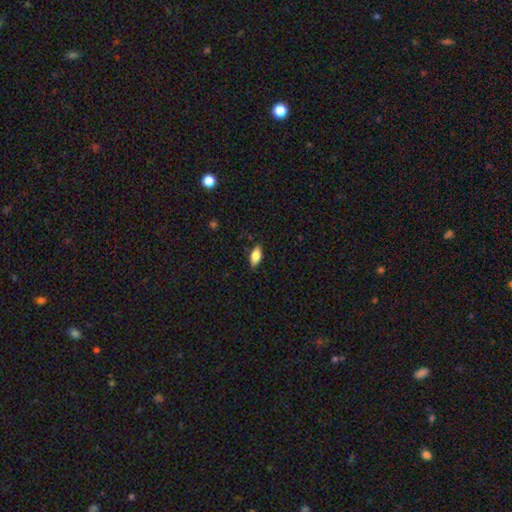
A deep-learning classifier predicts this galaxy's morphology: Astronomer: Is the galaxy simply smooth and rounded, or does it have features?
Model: smooth — 80%.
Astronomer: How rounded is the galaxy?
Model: in between — 87%.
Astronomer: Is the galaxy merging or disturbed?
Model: none — 85%.